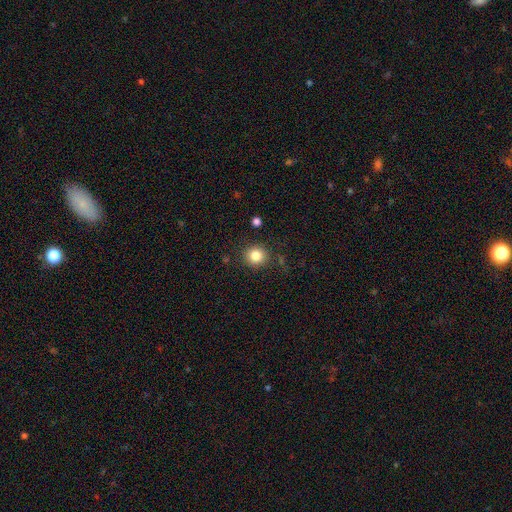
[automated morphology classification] A smooth galaxy with no disk features (83%) that is round (89%).

Vote fractions:
- Smooth or featured? smooth: 83% / star or artifact: 11% / featured or disk: 6%
- How rounded? round: 89% / in between: 10% / cigar-shaped: 1%
- Merging? none: 87% / minor disturbance: 8% / major disturbance: 3% / merger: 2%